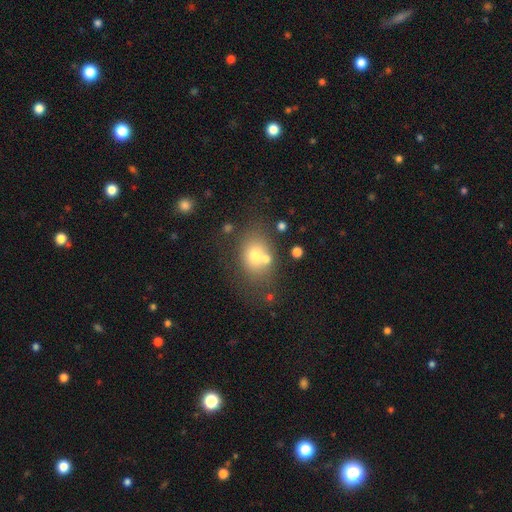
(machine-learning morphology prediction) Q: Smooth or featured?
A: smooth (69%); runner-up: featured or disk (18%)
Q: How rounded?
A: in between (55%); runner-up: round (44%)
Q: Merging?
A: none (57%); runner-up: merger (21%)